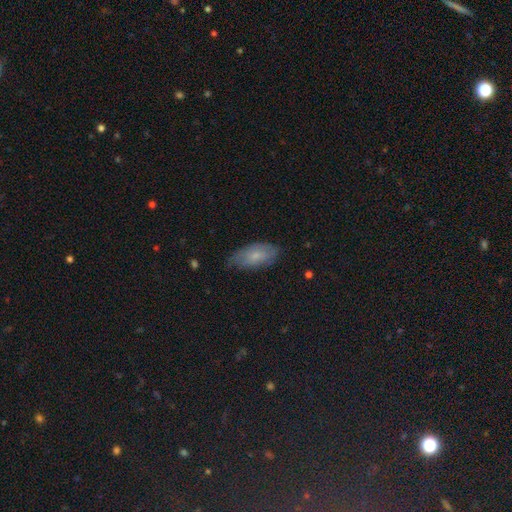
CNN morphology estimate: A smooth galaxy with no disk features (65%) that is in between round and cigar-shaped (89%). Merging: none (67%).